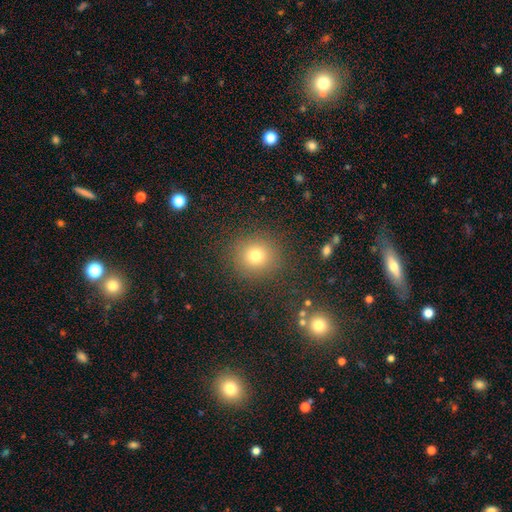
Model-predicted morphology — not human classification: This appears to be a smooth galaxy with no disk features (75%) that is round (89%). Merging: none (87%).